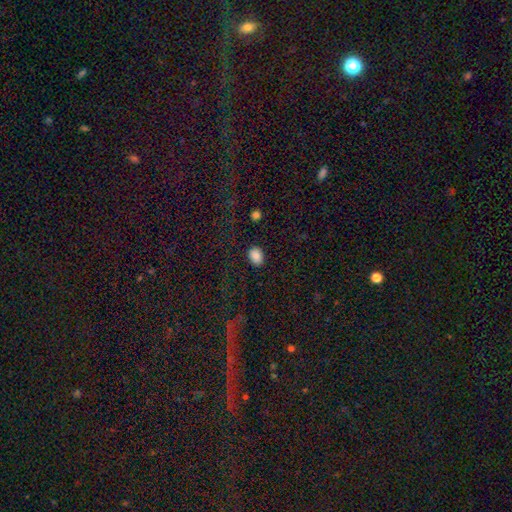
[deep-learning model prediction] A smooth galaxy with no disk features (87%) that is in between round and cigar-shaped (73%). Merging: none (87%).